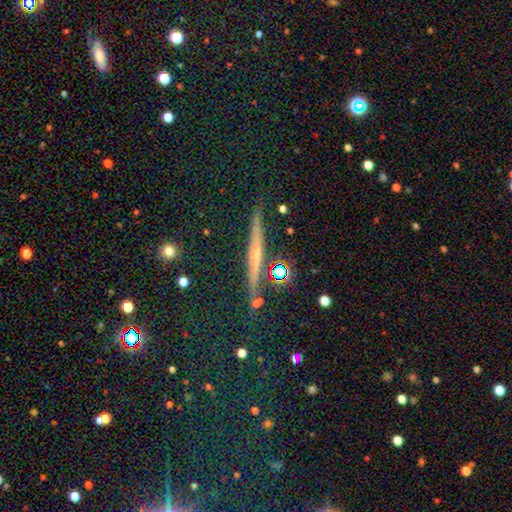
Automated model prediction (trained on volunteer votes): smooth-or-featured: featured or disk: 49% | smooth: 29% | star or artifact: 22%
  merging: none: 84% | minor disturbance: 10% | merger: 3% | major disturbance: 3%